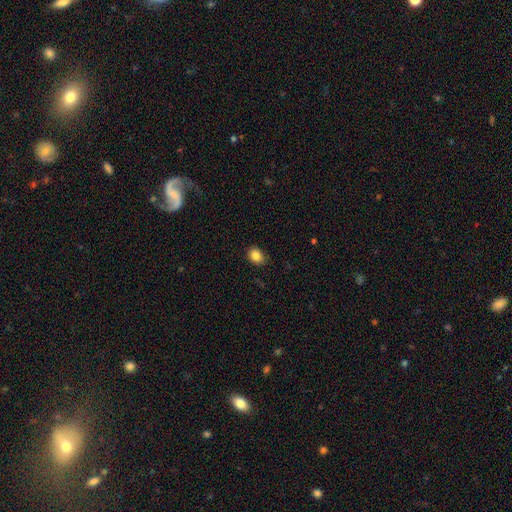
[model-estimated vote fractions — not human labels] Q: Smooth or featured?
A: smooth (85%); runner-up: star or artifact (10%)
Q: How rounded?
A: in between (54%); runner-up: round (45%)
Q: Merging?
A: none (85%); runner-up: minor disturbance (11%)